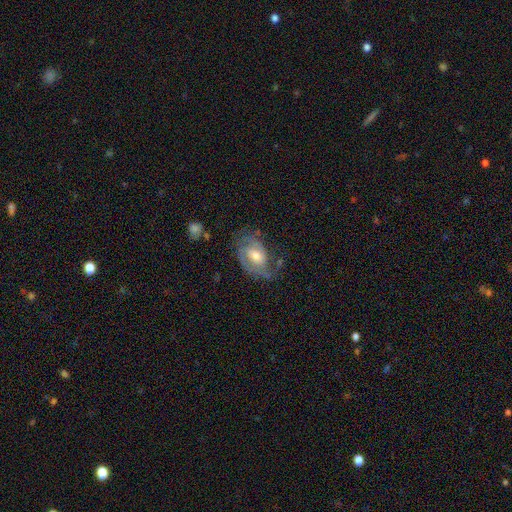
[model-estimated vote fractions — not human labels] This appears to be a featured or disk galaxy (81%) with no bar (44%, tied with weak), 2 (62%) tight (44%) spiral arms (93%) and a moderate central bulge (61%). Merging: none (60%).